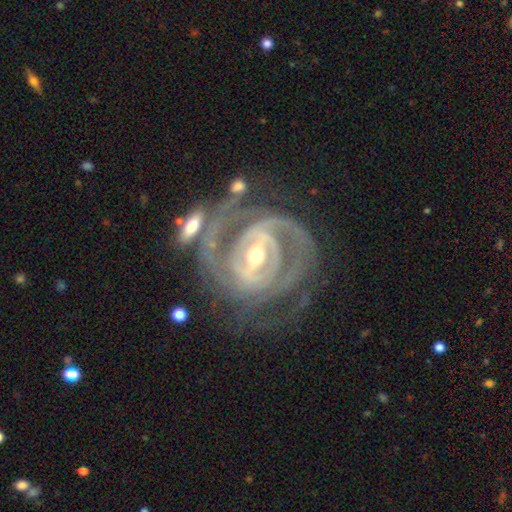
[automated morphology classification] The model was most divided on "bulge size": moderate: 54%, small: 41%, large: 3%, none: 1%, dominant: 1%. Remaining: edge-on disk — no (96%); spiral arms — yes (95%); smooth or featured — featured or disk (91%); spiral winding — tight (72%); merging — none (54%); bar — strong (52%); spiral arm count — 2 (48%).